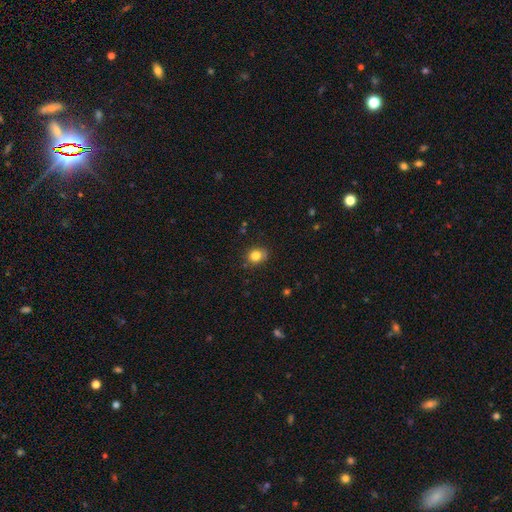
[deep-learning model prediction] smooth 82%, star or artifact 11%, featured or disk 7%. Down the decision tree: how rounded — round (70%); merging — none (77%).